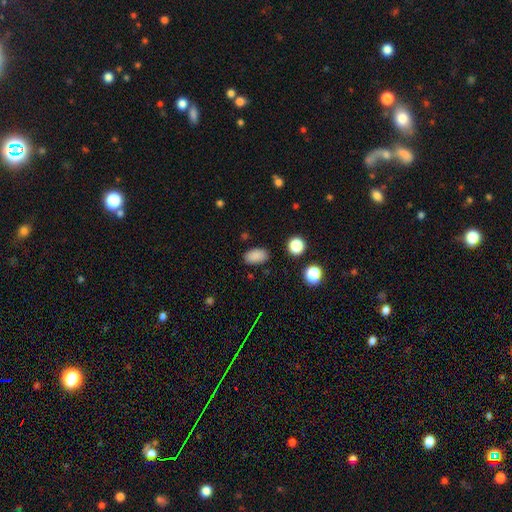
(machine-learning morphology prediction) Smooth or featured? smooth (86%)
How rounded? in between (90%)
Merging? none (85%)